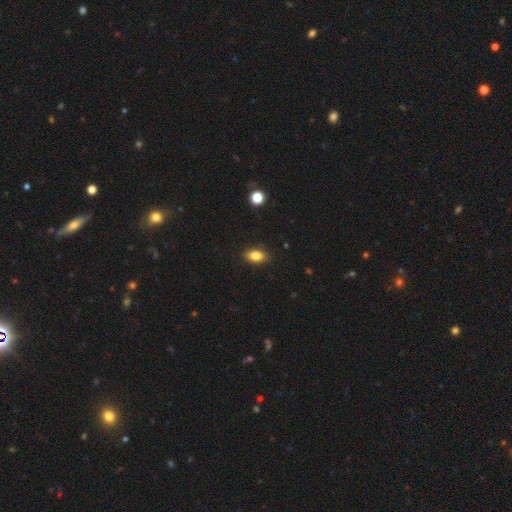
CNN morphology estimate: The model was most divided on "smooth or featured": smooth: 83%, star or artifact: 9%, featured or disk: 8%. More confident: merging — none (88%); how rounded — in between (87%).